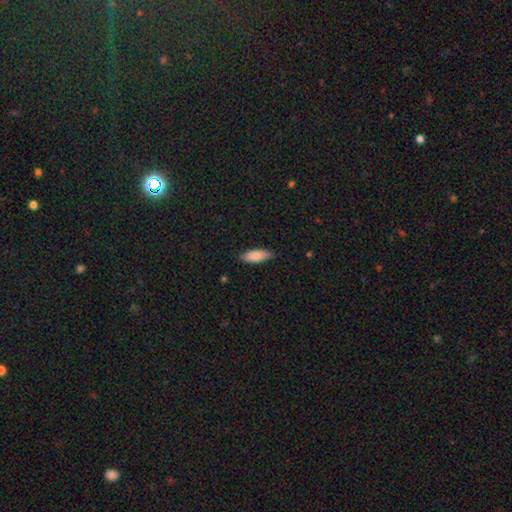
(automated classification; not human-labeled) This is clearly a smooth galaxy (86%). How rounded: likely in between (65%). Merging: clearly none (84%).